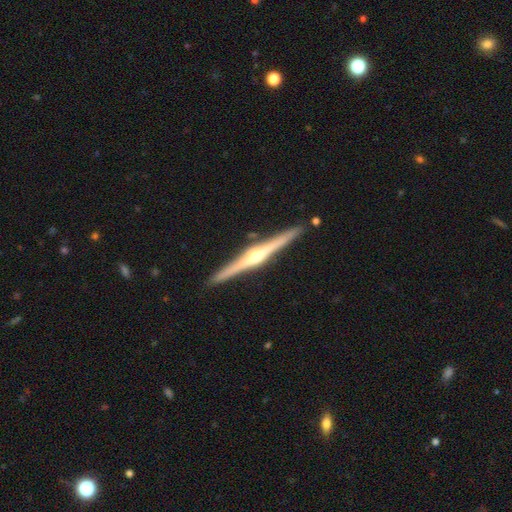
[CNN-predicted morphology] This appears to be a featured or disk galaxy (88%) viewed edge-on (99%) with a rounded central bulge (88%). Merging: none (92%).